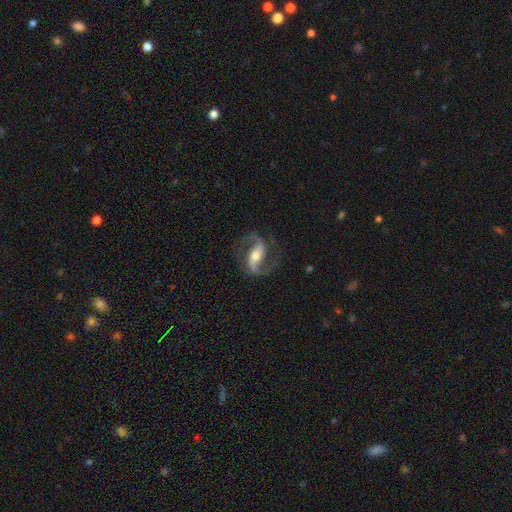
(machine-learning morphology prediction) Smooth or featured? Predicted: featured or disk (p=0.90). Edge-on disk? Predicted: no (p=0.97). Bar? Predicted: strong (p=0.43). Spiral arms? Predicted: yes (p=0.97). Spiral winding? Predicted: medium (p=0.47). Spiral arm count? Predicted: 2 (p=0.93). Bulge size? Predicted: moderate (p=0.64). Merging? Predicted: none (p=0.80).